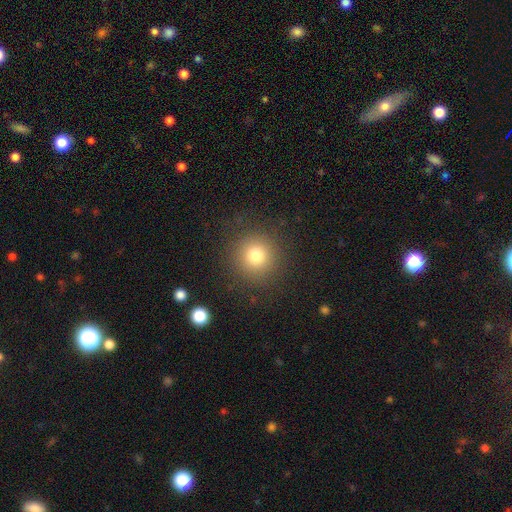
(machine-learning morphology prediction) smooth 77%, star or artifact 14%, featured or disk 9%. Down the decision tree: how rounded — round (94%); merging — none (88%).